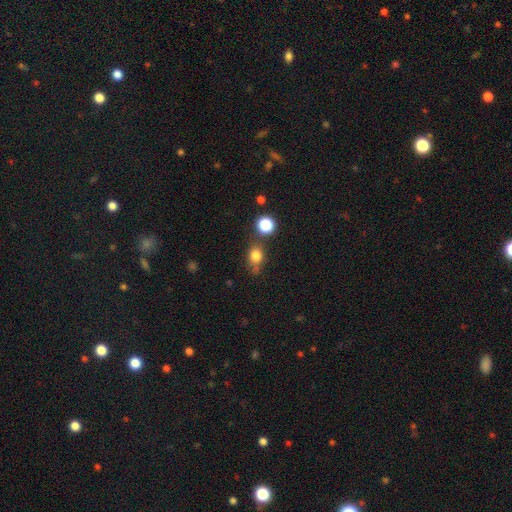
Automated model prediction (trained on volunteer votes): Smooth or featured? smooth (80%)
How rounded? round (58%)
Merging? none (62%)